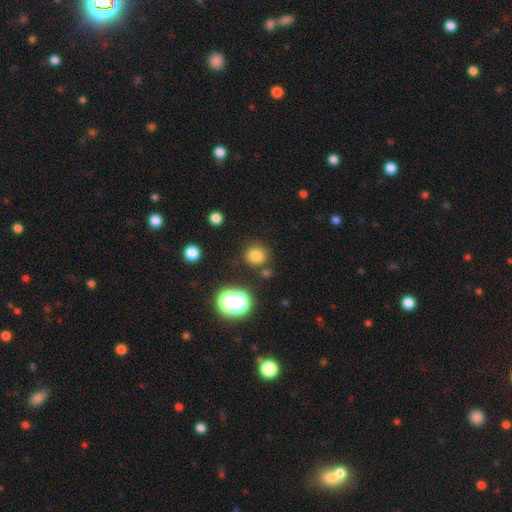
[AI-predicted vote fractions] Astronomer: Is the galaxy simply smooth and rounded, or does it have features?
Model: smooth — 76%.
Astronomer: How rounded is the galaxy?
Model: round — 89%.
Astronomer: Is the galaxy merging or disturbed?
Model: none — 82%.